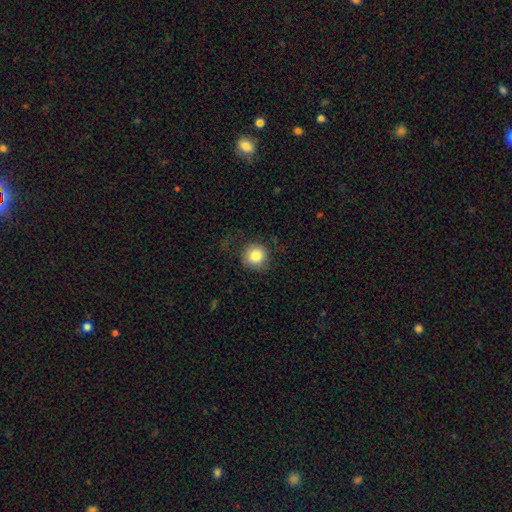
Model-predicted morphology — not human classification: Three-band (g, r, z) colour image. It shows a smooth galaxy with no disk features (83%) that is round (92%). Merging: none (77%).